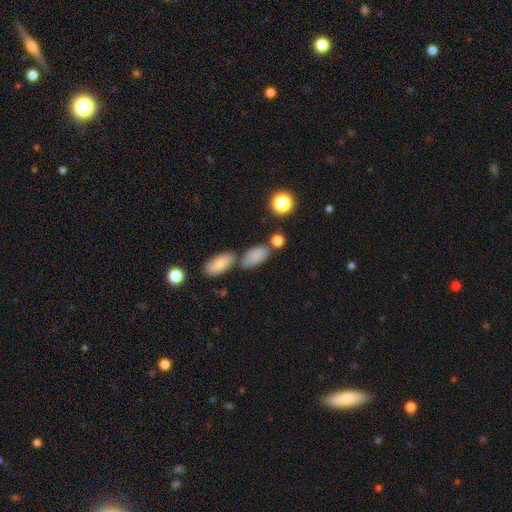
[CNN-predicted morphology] Smooth or featured?
  - smooth: 81% *
  - star or artifact: 10%
  - featured or disk: 9%
How rounded?
  - in between: 87% *
  - cigar-shaped: 7%
  - round: 5%
Merging?
  - none: 55% *
  - merger: 24%
  - minor disturbance: 16%
  - major disturbance: 5%